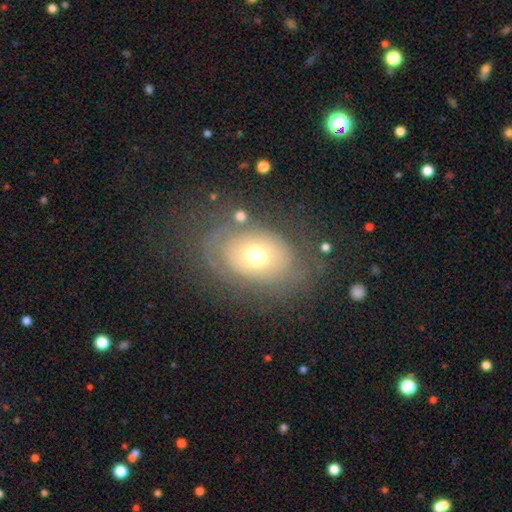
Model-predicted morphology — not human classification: smooth_or_featured: featured or disk (p=0.49) [alt: smooth p=0.41]
merging: none (p=0.65) [alt: minor disturbance p=0.19]